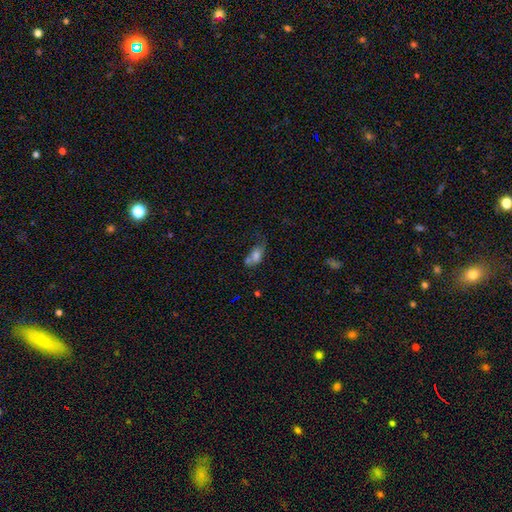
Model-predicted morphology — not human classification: smooth_or_featured: smooth (p=0.65) [alt: featured or disk p=0.22]
how_rounded: in between (p=0.78) [alt: round p=0.16]
merging: merger (p=0.35) [alt: none p=0.27]